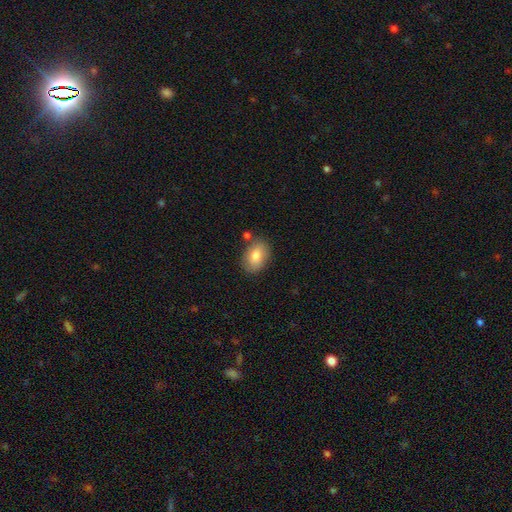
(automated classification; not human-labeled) This is clearly a smooth galaxy (81%). How rounded: likely in between (79%). Merging: likely none (79%).